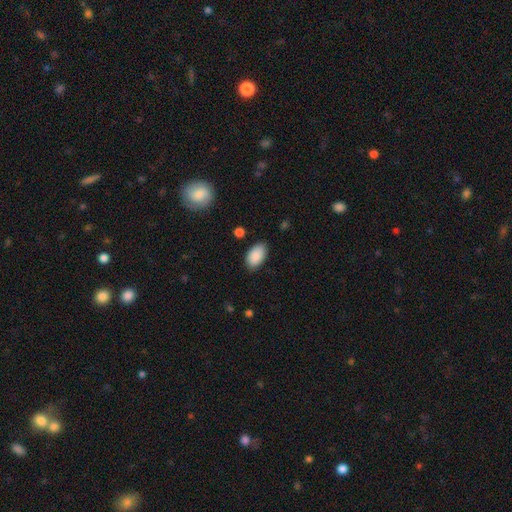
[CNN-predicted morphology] The model was most divided on "merging": none: 83%, minor disturbance: 13%, major disturbance: 3%, merger: 1%. More confident: how rounded — in between (94%); smooth or featured — smooth (90%).